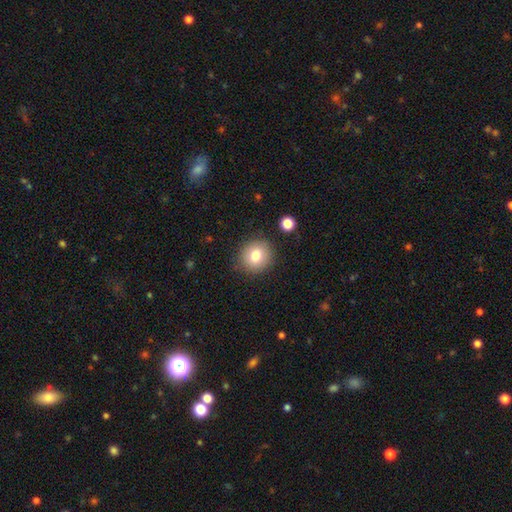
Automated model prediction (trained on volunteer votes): Smooth or featured? smooth (79%)
How rounded? round (85%)
Merging? none (86%)